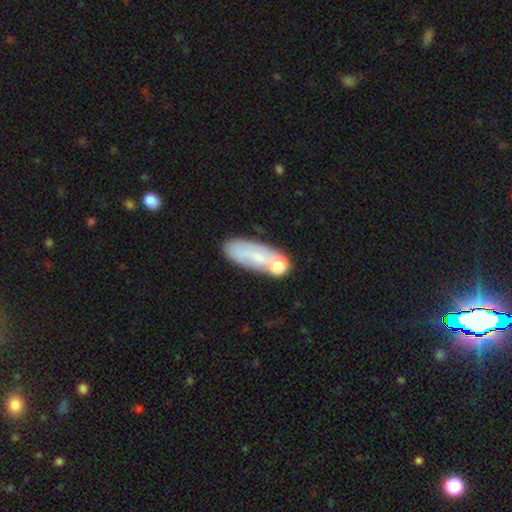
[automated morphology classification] This is possibly a smooth galaxy (58%). How rounded: likely in between (71%). Merging: possibly none (55%).